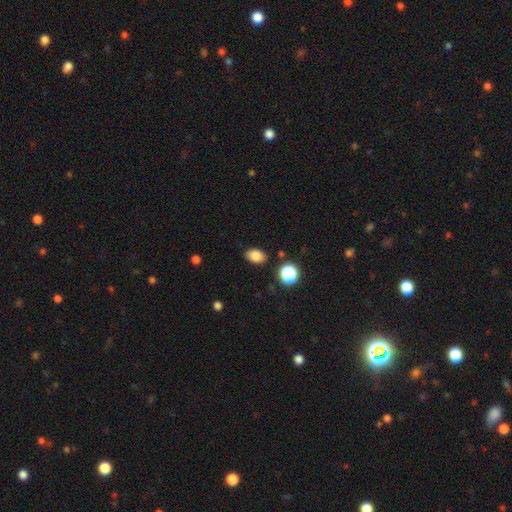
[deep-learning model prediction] A smooth galaxy with no disk features (83%) that is in between round and cigar-shaped (82%).

Vote fractions:
- Smooth or featured? smooth: 83% / star or artifact: 11% / featured or disk: 6%
- How rounded? in between: 82% / round: 17% / cigar-shaped: 1%
- Merging? none: 85% / minor disturbance: 10% / major disturbance: 2% / merger: 2%